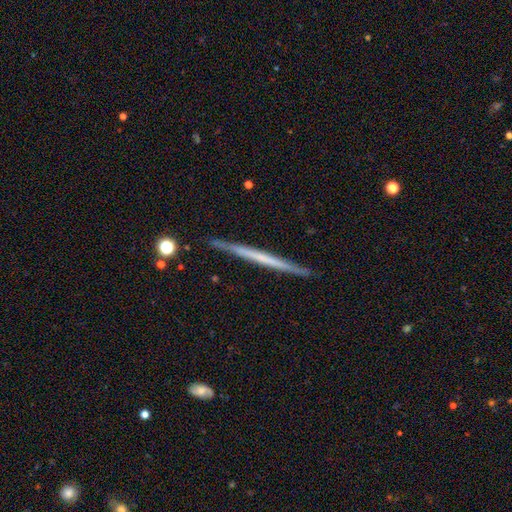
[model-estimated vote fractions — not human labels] Q: Smooth or featured?
A: featured or disk (57%); runner-up: smooth (37%)
Q: Edge-on disk?
A: yes (98%); runner-up: no (2%)
Q: Edge-on bulge?
A: none (91%); runner-up: rounded (6%)
Q: Merging?
A: none (91%); runner-up: minor disturbance (6%)